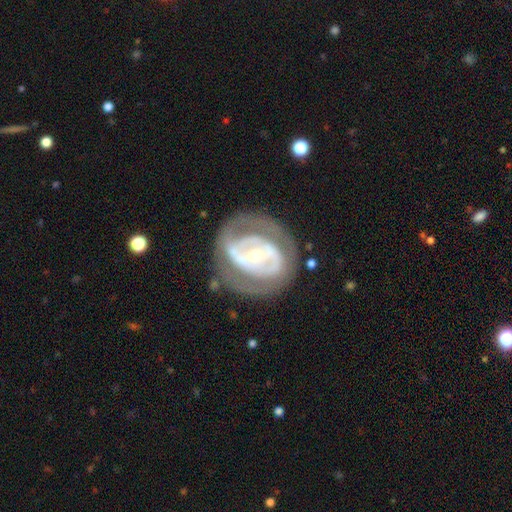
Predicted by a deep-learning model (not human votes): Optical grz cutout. It shows a featured or disk galaxy (78%) with no bar (41%), spiral arms (51%) and a small central bulge (54%). Merging: none (65%).